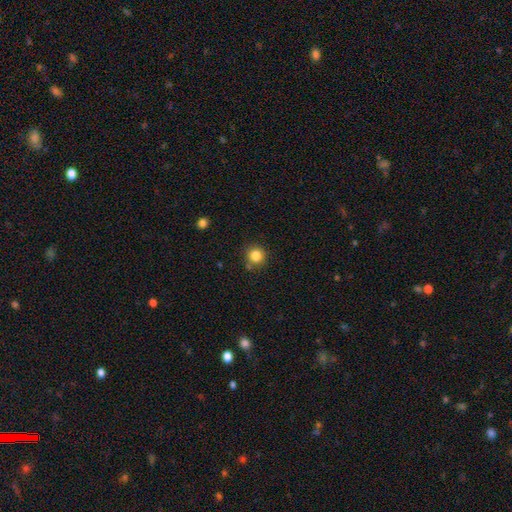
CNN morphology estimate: A smooth galaxy with no disk features (84%) that is round (92%).

Vote fractions:
- Smooth or featured? smooth: 84% / star or artifact: 12% / featured or disk: 5%
- How rounded? round: 92% / in between: 7% / cigar-shaped: 1%
- Merging? none: 81% / minor disturbance: 11% / merger: 5% / major disturbance: 3%